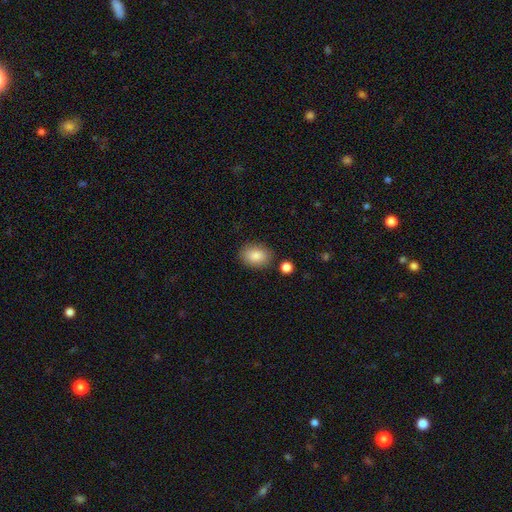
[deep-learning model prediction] smooth_or_featured: smooth (p=0.87) [alt: star or artifact p=0.08]
how_rounded: in between (p=0.77) [alt: round p=0.22]
merging: none (p=0.83) [alt: minor disturbance p=0.11]